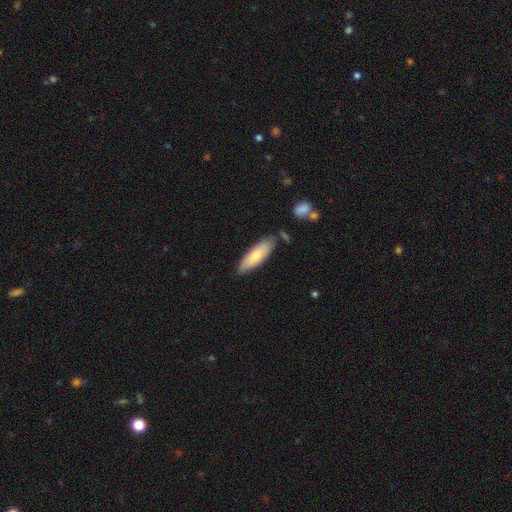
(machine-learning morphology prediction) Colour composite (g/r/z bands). It shows a smooth galaxy with no disk features (73%) that is in between round and cigar-shaped (53%). Merging: none (78%).